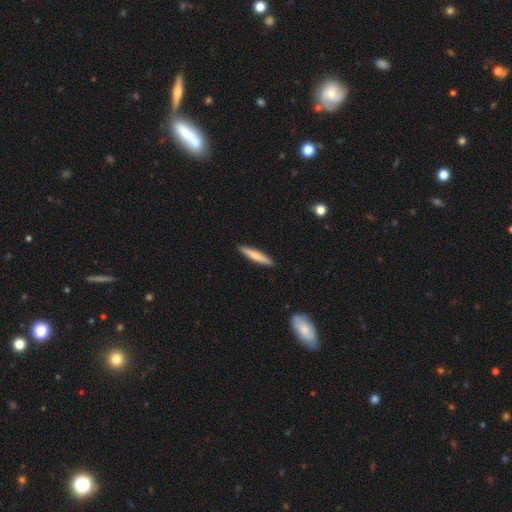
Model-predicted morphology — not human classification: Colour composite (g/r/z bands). It shows a smooth galaxy with no disk features (72%) that is cigar-shaped (91%). Merging: none (91%).